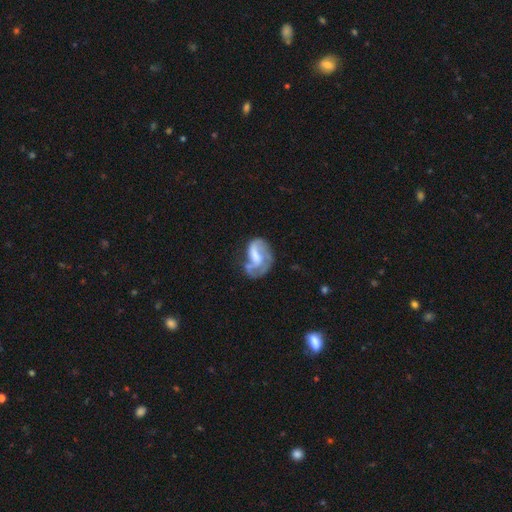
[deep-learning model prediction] smooth-or-featured: featured or disk: 68% | smooth: 25% | star or artifact: 7%
  disk-edge-on: no: 97% | yes: 3%
    bar: weak: 41% | no: 38% | strong: 21%
    has-spiral-arms: yes: 78% | no: 22%
      spiral-winding: medium: 41% | loose: 34% | tight: 26%
      spiral-arm-count: 2: 44% | 1: 25% | can't tell: 18% | 3: 9% | 4: 2% | more than 4: 2%
    bulge-size: none: 31% | moderate: 30% | small: 20% | large: 16% | dominant: 2%
  merging: none: 36% | major disturbance: 33% | minor disturbance: 24% | merger: 6%